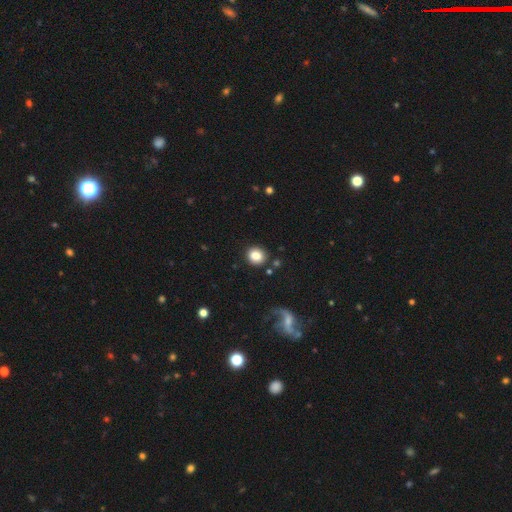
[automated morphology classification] smooth-or-featured: smooth: 84% | star or artifact: 9% | featured or disk: 7%
  how-rounded: round: 82% | in between: 17% | cigar-shaped: 1%
  merging: none: 85% | minor disturbance: 8% | merger: 3% | major disturbance: 3%